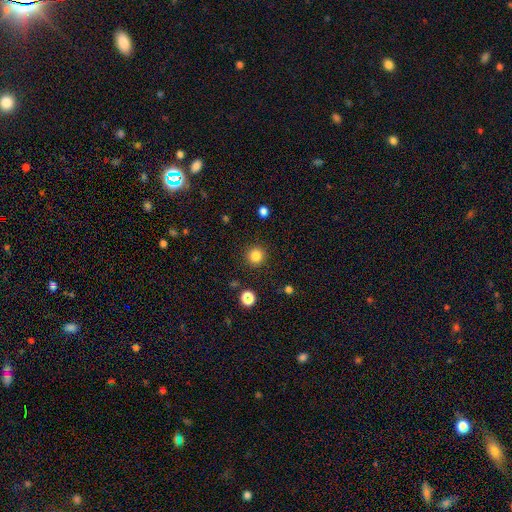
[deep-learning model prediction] A smooth galaxy with no disk features (83%) that is round (94%). Merging: none (91%).